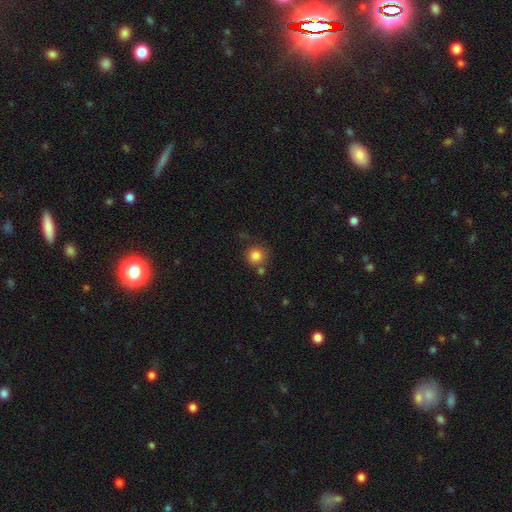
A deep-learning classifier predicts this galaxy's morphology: Smooth or featured: smooth — 83% (star or artifact — 11%)
How rounded: round — 92% (in between — 7%)
Merging: none — 69% (merger — 13%)